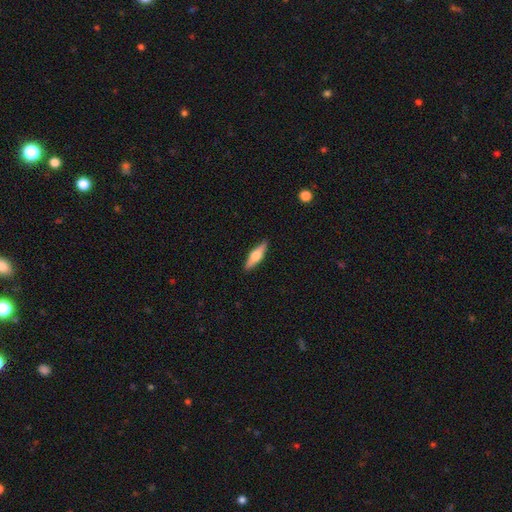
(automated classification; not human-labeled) This appears to be a smooth galaxy with no disk features (51%) that is cigar-shaped (60%). Merging: none (90%).